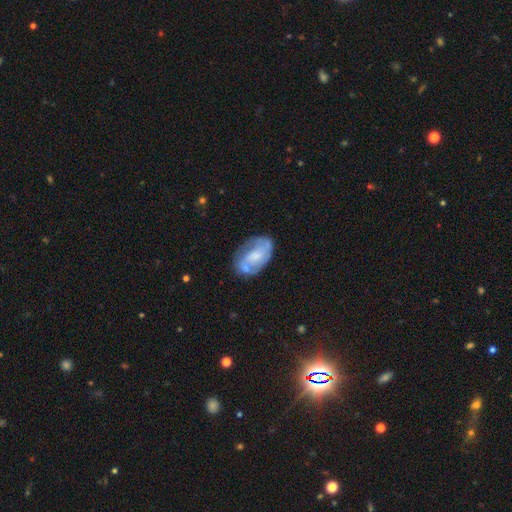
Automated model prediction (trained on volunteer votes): A featured or disk galaxy (59%) with no bar (49%), spiral arms (69%) and a small central bulge (43%).

Vote fractions:
- Smooth or featured? featured or disk: 59% / smooth: 35% / star or artifact: 7%
- Edge-on disk? no: 96% / yes: 4%
- Bar? no: 49% / weak: 40% / strong: 11%
- Spiral arms? yes: 69% / no: 31%
- Bulge size? small: 43% / moderate: 40% / none: 11% / large: 5% / dominant: 1%
- Merging? none: 55% / minor disturbance: 25% / major disturbance: 10% / merger: 10%